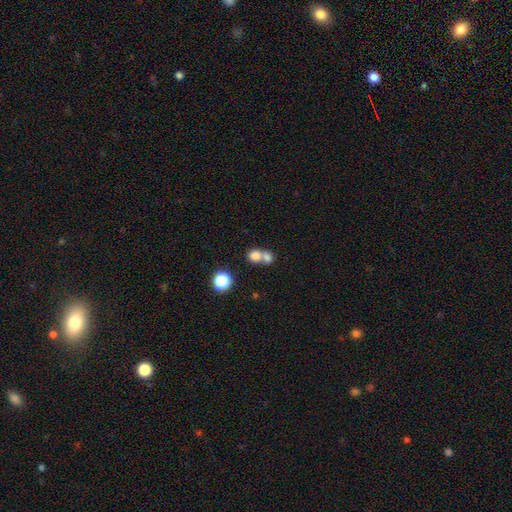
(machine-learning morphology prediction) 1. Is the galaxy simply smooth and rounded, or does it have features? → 76% smooth, 12% featured or disk, 12% star or artifact.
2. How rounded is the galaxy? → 73% round, 26% in between, 1% cigar-shaped.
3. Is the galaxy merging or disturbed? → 63% merger, 29% none, 5% minor disturbance, 3% major disturbance.